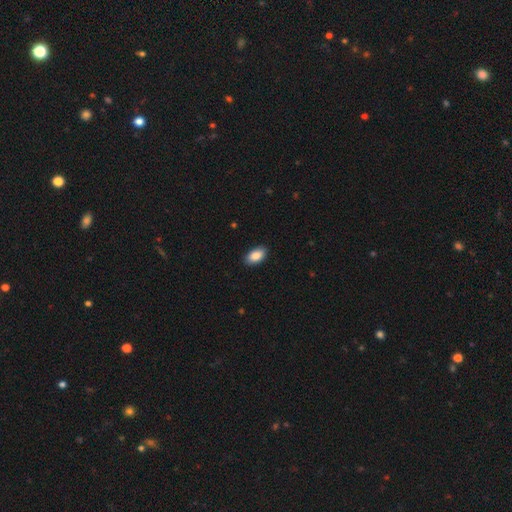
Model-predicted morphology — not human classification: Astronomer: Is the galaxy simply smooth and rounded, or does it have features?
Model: smooth — 88%.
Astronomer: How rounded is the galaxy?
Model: in between — 94%.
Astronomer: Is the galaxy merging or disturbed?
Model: none — 88%.